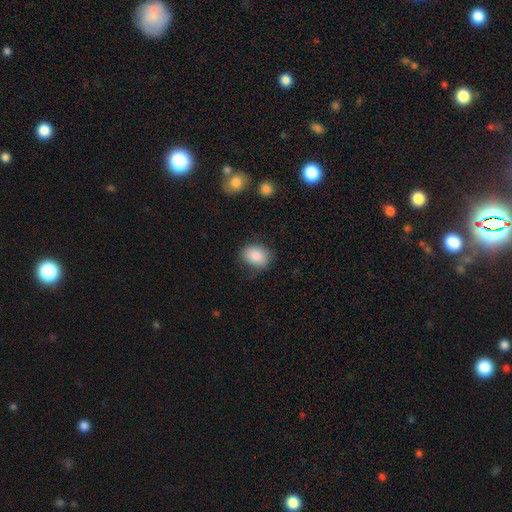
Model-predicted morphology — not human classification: Smooth or featured? Predicted: smooth (p=0.84). How rounded? Predicted: in between (p=0.67). Merging? Predicted: none (p=0.76).